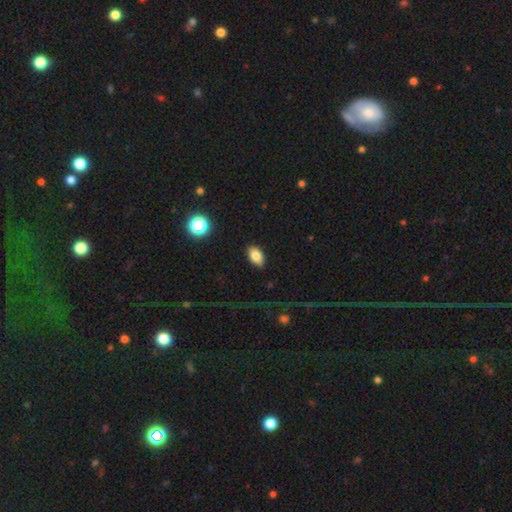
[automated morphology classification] type=smooth (82%); roundness=in between (90%); merging=none (88%).